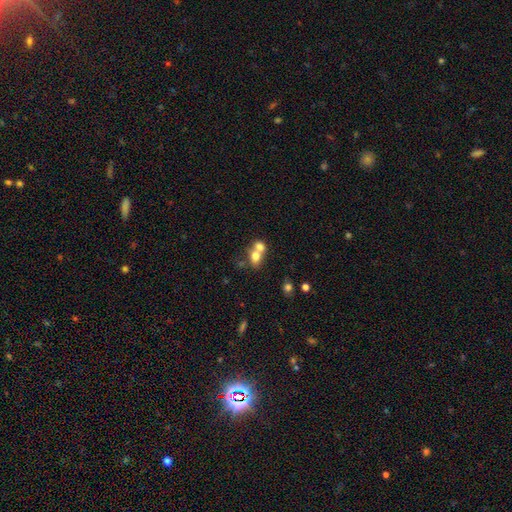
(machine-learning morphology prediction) smooth-or-featured: smooth: 72% | featured or disk: 18% | star or artifact: 10%
  how-rounded: round: 51% | in between: 48% | cigar-shaped: 1%
  merging: merger: 68% | none: 23% | minor disturbance: 6% | major disturbance: 3%